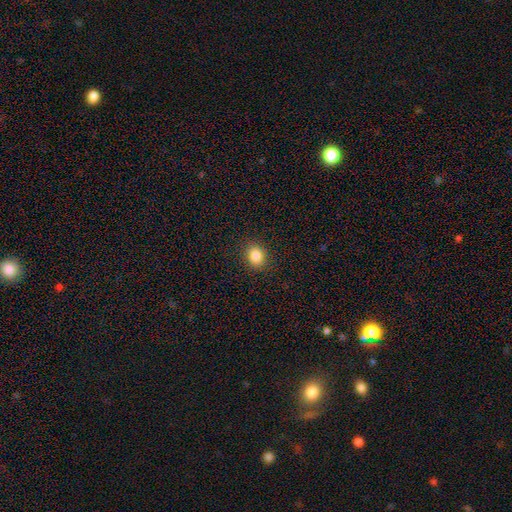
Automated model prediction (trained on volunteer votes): Smooth or featured? smooth (84%)
How rounded? round (57%)
Merging? none (90%)